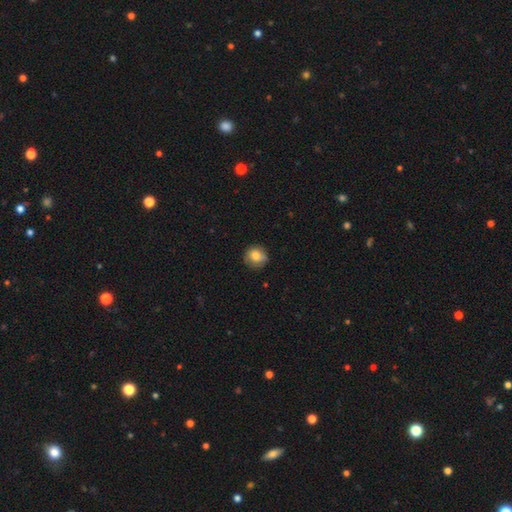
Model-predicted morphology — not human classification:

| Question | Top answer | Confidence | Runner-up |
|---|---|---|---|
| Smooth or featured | smooth | 78% | featured or disk (13%) |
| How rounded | round | 87% | in between (12%) |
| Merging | none | 76% | minor disturbance (19%) |